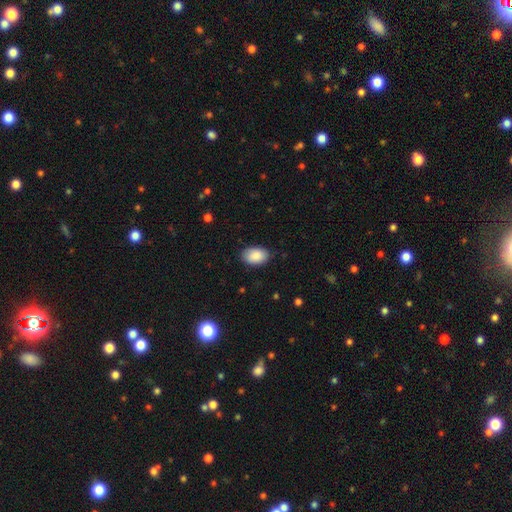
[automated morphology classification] A smooth galaxy with no disk features (89%) that is in between round and cigar-shaped (91%). Merging: none (83%).